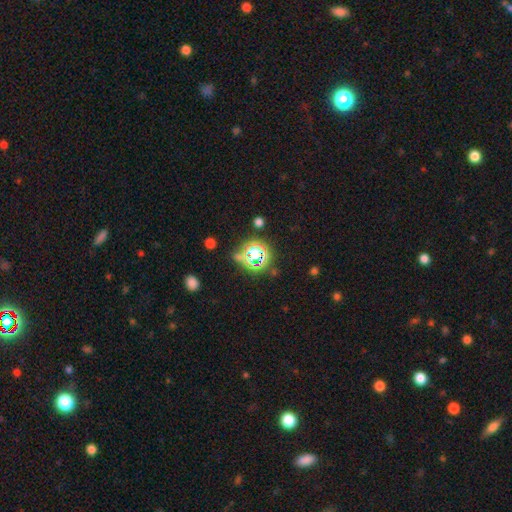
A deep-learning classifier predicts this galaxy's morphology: A star or artifact, not a galaxy (62%).

Vote fractions:
- Smooth or featured? star or artifact: 62% / smooth: 27% / featured or disk: 11%